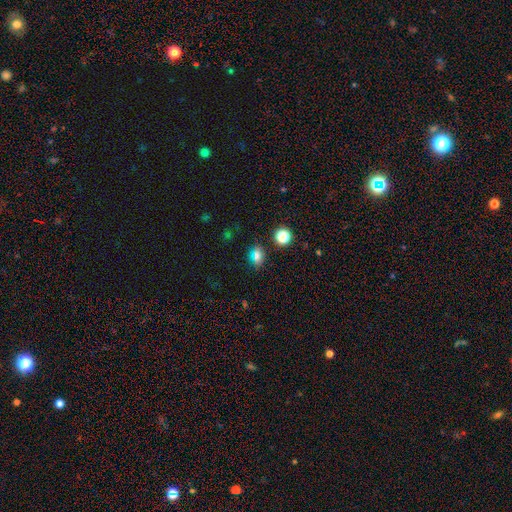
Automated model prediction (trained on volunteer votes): Smooth or featured? smooth (64%)
How rounded? in between (51%)
Merging? none (86%)